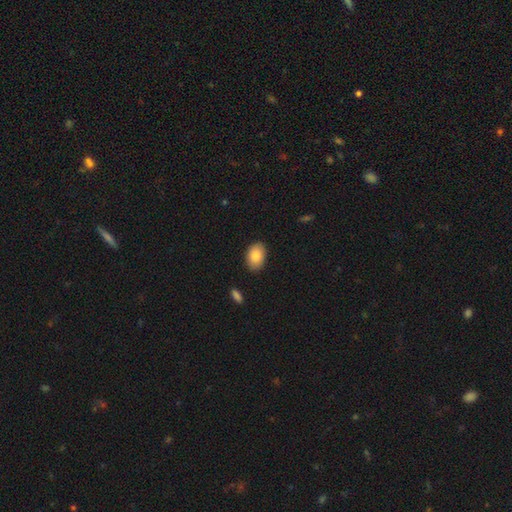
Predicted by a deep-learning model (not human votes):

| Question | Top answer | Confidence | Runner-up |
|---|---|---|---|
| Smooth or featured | smooth | 87% | star or artifact (7%) |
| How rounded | in between | 88% | round (11%) |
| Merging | none | 86% | minor disturbance (10%) |